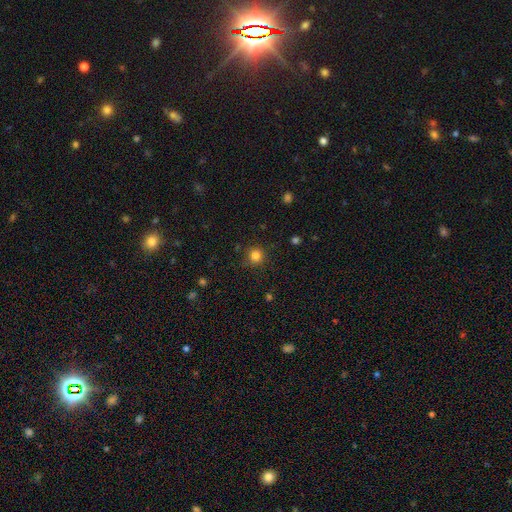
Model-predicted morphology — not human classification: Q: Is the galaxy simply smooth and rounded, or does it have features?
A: smooth — 83%.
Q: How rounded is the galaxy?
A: round — 93%.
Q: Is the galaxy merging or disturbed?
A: none — 86%.